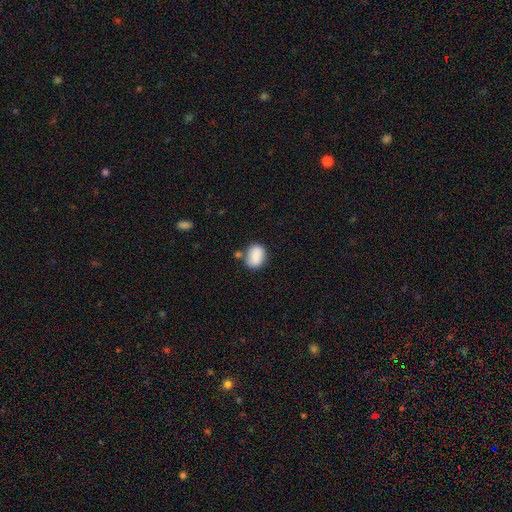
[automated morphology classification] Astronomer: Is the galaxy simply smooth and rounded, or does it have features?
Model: smooth — 86%.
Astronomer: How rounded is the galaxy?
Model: in between — 67%.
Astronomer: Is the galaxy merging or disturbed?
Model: none — 63%.